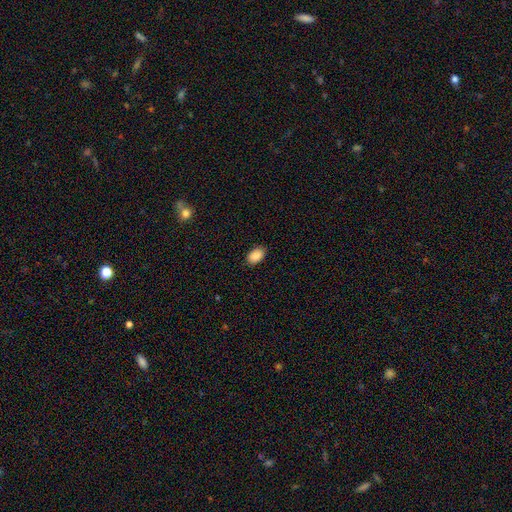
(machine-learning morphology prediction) Smooth or featured?
  - smooth: 90% *
  - star or artifact: 7%
  - featured or disk: 3%
How rounded?
  - in between: 91% *
  - round: 8%
  - cigar-shaped: 1%
Merging?
  - none: 88% *
  - minor disturbance: 9%
  - major disturbance: 2%
  - merger: 1%